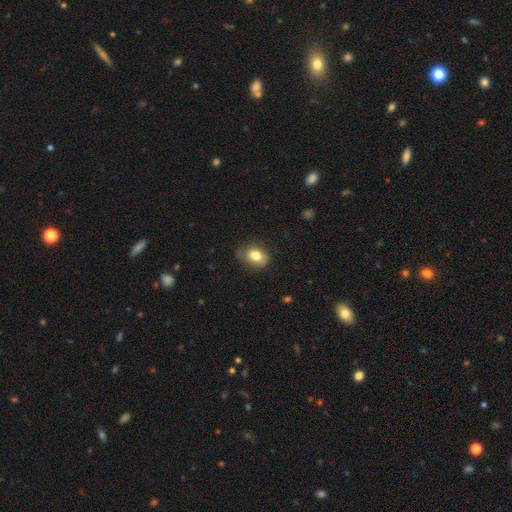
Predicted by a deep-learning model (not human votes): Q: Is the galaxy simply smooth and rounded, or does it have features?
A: smooth — 77%.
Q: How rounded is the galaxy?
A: in between — 61%.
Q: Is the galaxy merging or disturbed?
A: none — 56%.